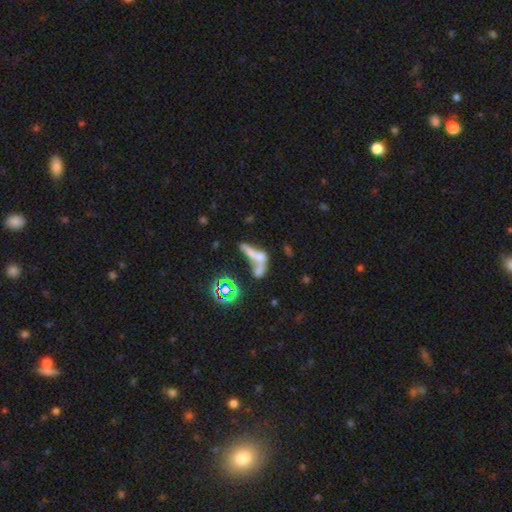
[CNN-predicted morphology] type=smooth (42%); merging=merger (62%).